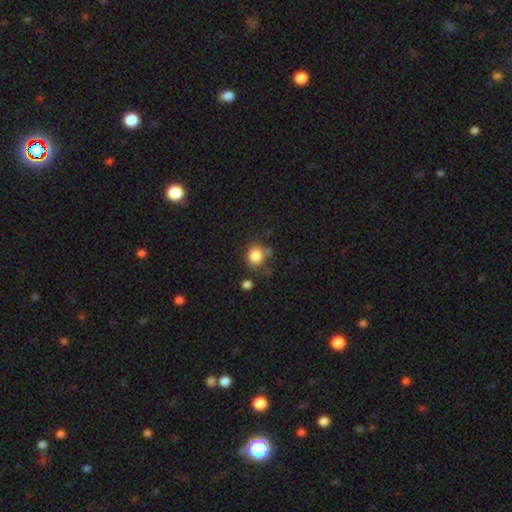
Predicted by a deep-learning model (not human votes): Q: Smooth or featured?
A: smooth (84%); runner-up: star or artifact (10%)
Q: How rounded?
A: round (78%); runner-up: in between (21%)
Q: Merging?
A: none (68%); runner-up: minor disturbance (15%)